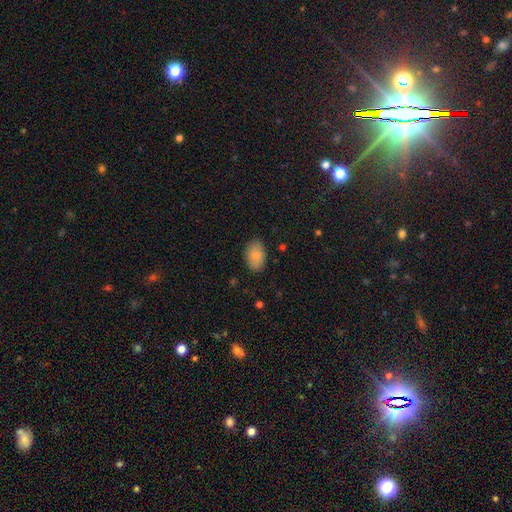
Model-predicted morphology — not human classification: Smooth or featured? Predicted: smooth (p=0.84). How rounded? Predicted: in between (p=0.90). Merging? Predicted: none (p=0.85).